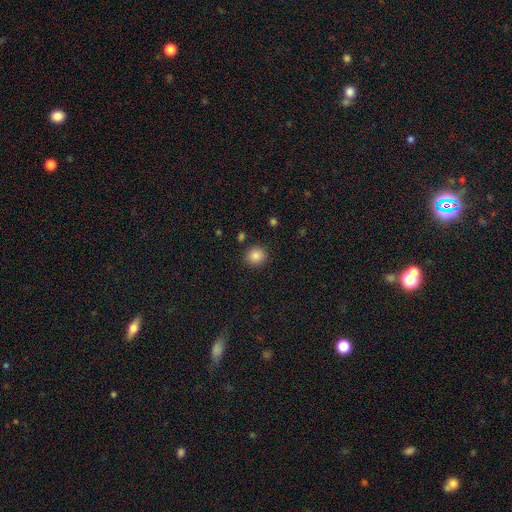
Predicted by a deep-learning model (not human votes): This appears to be a smooth galaxy with no disk features (86%) that is round (86%). Merging: none (89%).